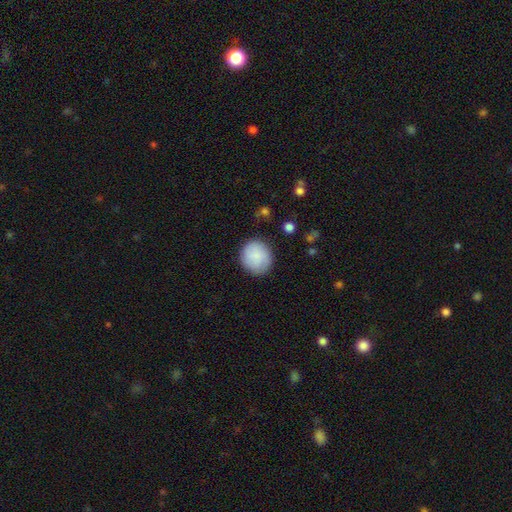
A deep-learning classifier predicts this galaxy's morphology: Smooth or featured? Predicted: smooth (p=0.84). How rounded? Predicted: round (p=0.88). Merging? Predicted: none (p=0.86).